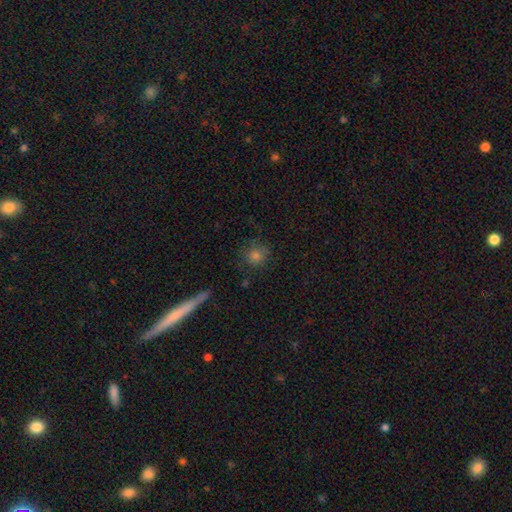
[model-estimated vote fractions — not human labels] smooth-or-featured: smooth: 71% | star or artifact: 15% | featured or disk: 13%
  how-rounded: round: 85% | in between: 11% | cigar-shaped: 4%
  merging: none: 77% | minor disturbance: 14% | major disturbance: 5% | merger: 3%